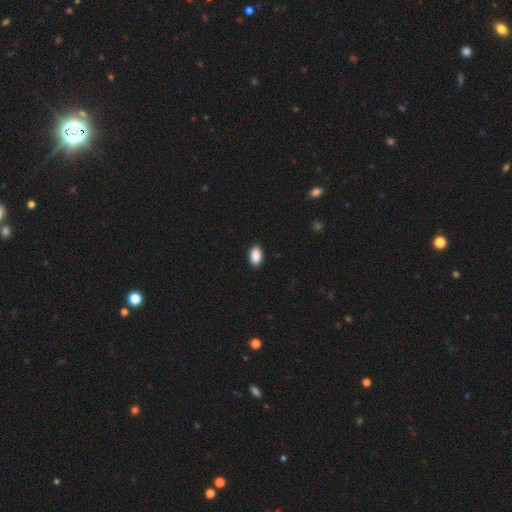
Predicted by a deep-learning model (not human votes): A smooth galaxy with no disk features (90%) that is in between round and cigar-shaped (94%).

Vote fractions:
- Smooth or featured? smooth: 90% / star or artifact: 7% / featured or disk: 3%
- How rounded? in between: 94% / round: 4% / cigar-shaped: 2%
- Merging? none: 90% / minor disturbance: 8% / major disturbance: 2% / merger: 1%